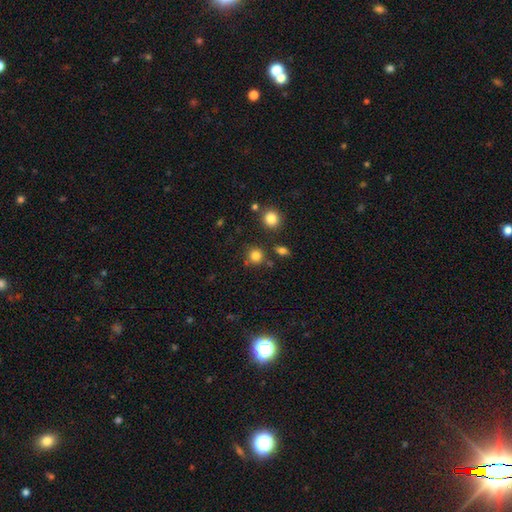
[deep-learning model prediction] Morphology: type=smooth (82%); roundness=round (90%); merging=none (80%).